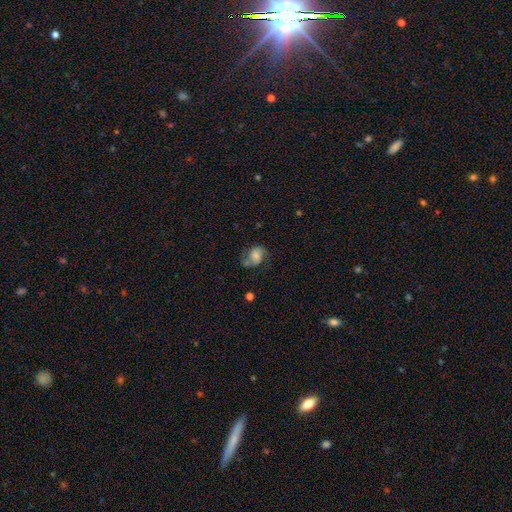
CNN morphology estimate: This is possibly a smooth galaxy (48%). Merging: possibly none (52%).